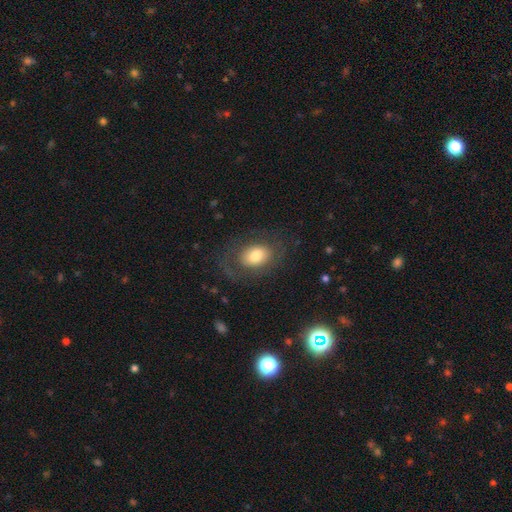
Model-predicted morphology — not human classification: A smooth galaxy with no disk features (66%) that is in between round and cigar-shaped (76%). Merging: none (68%).